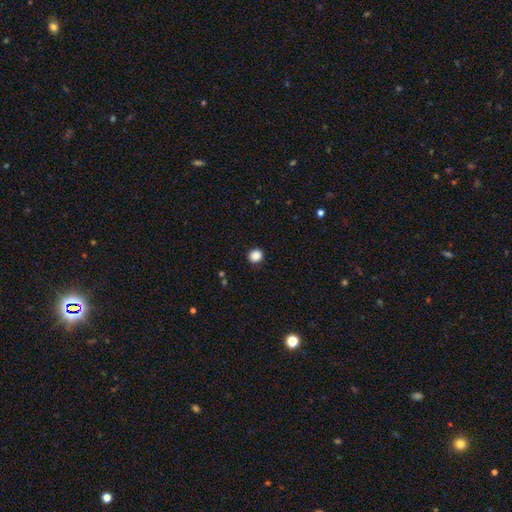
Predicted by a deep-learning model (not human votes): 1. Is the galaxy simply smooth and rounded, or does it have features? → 87% smooth, 10% star or artifact, 2% featured or disk.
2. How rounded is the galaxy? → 85% round, 14% in between, 1% cigar-shaped.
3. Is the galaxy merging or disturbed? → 90% none, 7% minor disturbance, 2% major disturbance, 1% merger.